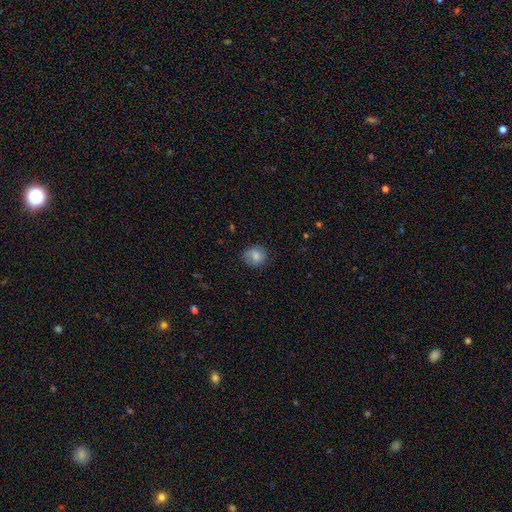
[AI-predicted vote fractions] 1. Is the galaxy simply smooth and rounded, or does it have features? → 71% smooth, 21% featured or disk, 9% star or artifact.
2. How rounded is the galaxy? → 72% round, 27% in between, 1% cigar-shaped.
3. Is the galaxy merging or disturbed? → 72% none, 21% minor disturbance, 6% major disturbance, 1% merger.